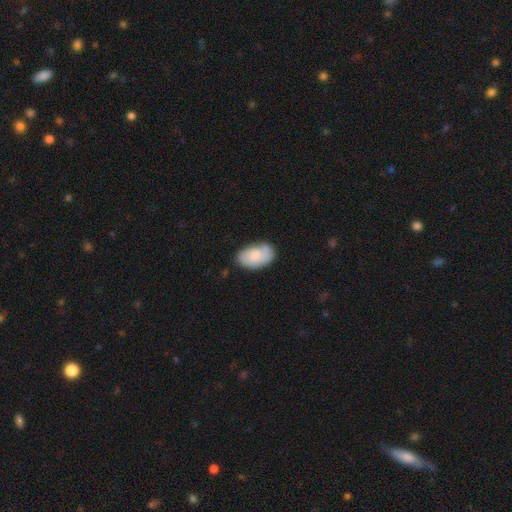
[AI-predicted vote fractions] Smooth or featured?
  - smooth: 63% *
  - featured or disk: 30%
  - star or artifact: 7%
How rounded?
  - in between: 92% *
  - round: 7%
  - cigar-shaped: 1%
Merging?
  - none: 63% *
  - minor disturbance: 26%
  - major disturbance: 8%
  - merger: 3%